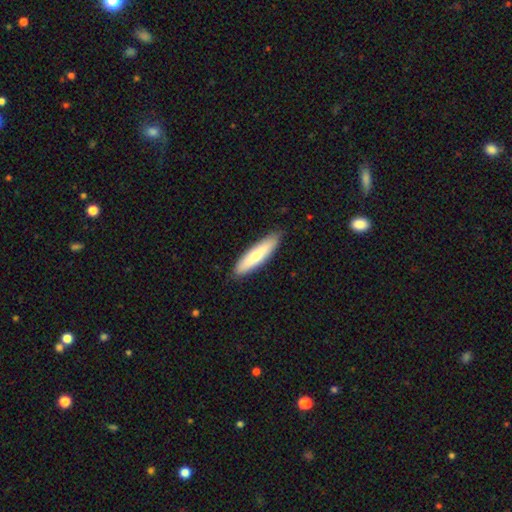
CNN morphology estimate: Q: Smooth or featured?
A: smooth (68%); runner-up: featured or disk (27%)
Q: How rounded?
A: cigar-shaped (77%); runner-up: in between (21%)
Q: Merging?
A: none (88%); runner-up: minor disturbance (10%)